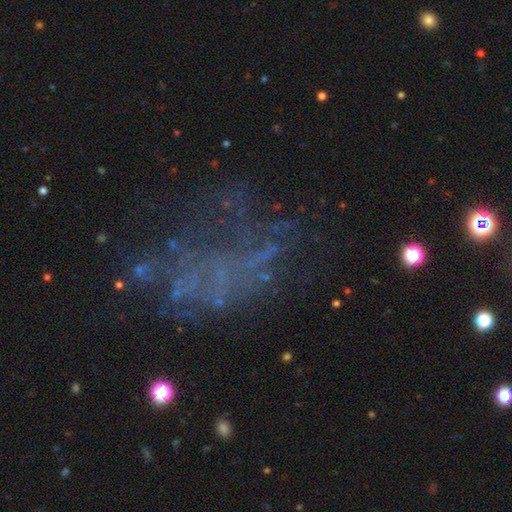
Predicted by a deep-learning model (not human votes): A featured or disk galaxy (47%).

Vote fractions:
- Smooth or featured? featured or disk: 47% / star or artifact: 35% / smooth: 19%
- Merging? none: 48% / major disturbance: 31% / minor disturbance: 15% / merger: 6%